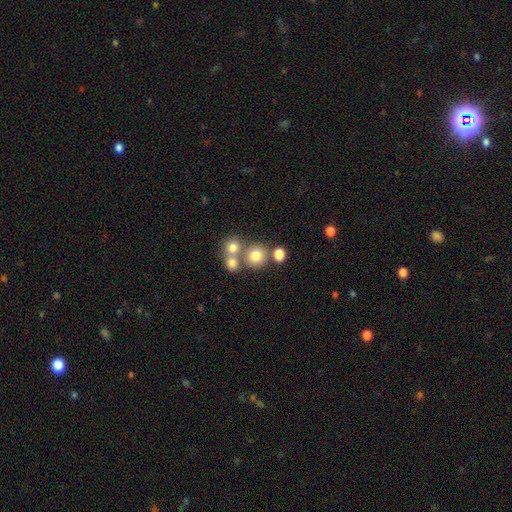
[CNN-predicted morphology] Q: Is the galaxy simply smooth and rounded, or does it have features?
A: smooth — 74%.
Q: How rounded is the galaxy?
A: round — 86%.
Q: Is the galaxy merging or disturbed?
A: none — 57%.